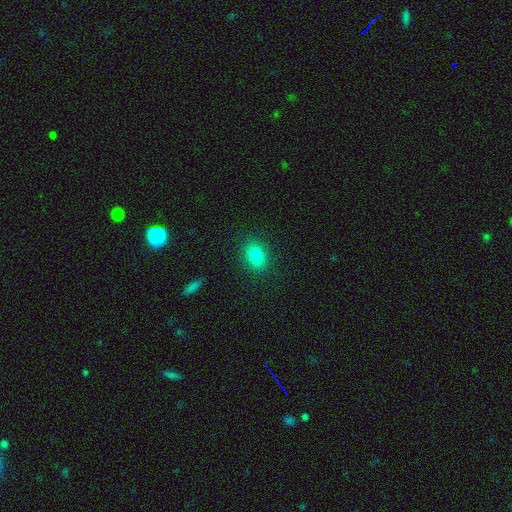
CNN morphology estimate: The model was most divided on "how rounded": in between: 70%, round: 28%, cigar-shaped: 1%. More confident: merging — none (88%); smooth or featured — smooth (82%).